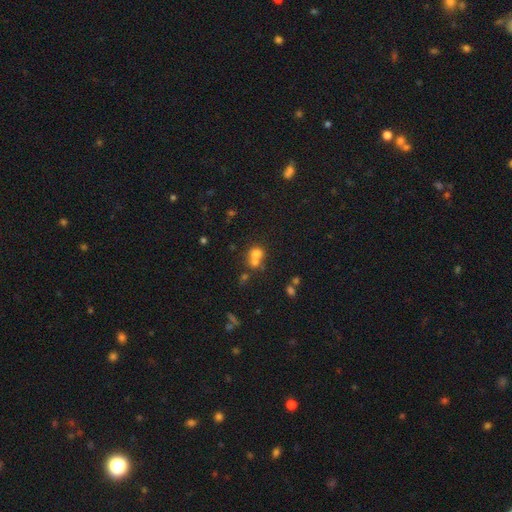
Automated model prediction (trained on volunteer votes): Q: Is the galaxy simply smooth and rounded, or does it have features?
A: smooth — 67%.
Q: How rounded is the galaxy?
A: round — 73%.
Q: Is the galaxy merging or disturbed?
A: merger — 58%.